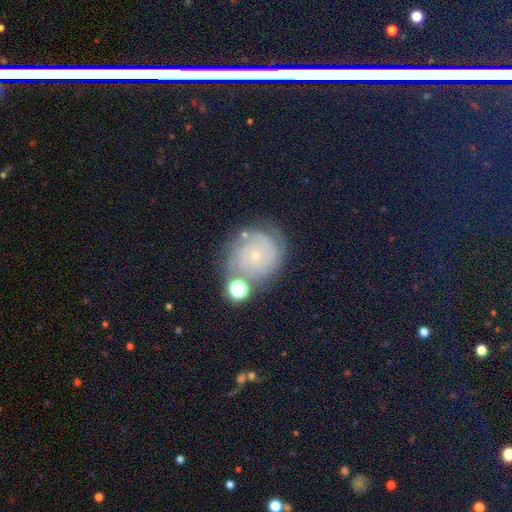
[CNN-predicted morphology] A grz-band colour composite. It shows a featured or disk galaxy (57%) with no bar (82%), spiral arms (89%) and a small central bulge (83%). Merging: none (72%).